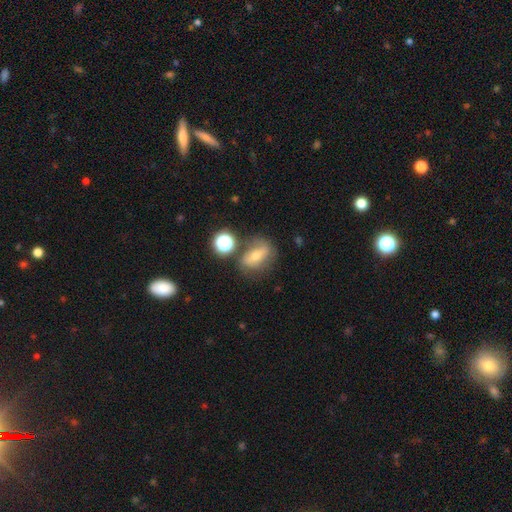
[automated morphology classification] smooth-or-featured: featured or disk: 46% | smooth: 38% | star or artifact: 15%
  merging: none: 65% | minor disturbance: 18% | merger: 9% | major disturbance: 8%